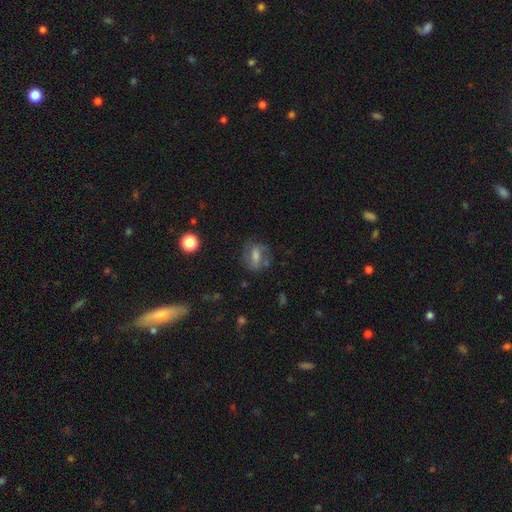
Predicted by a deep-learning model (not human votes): A featured or disk galaxy (45%). Merging: none (67%).